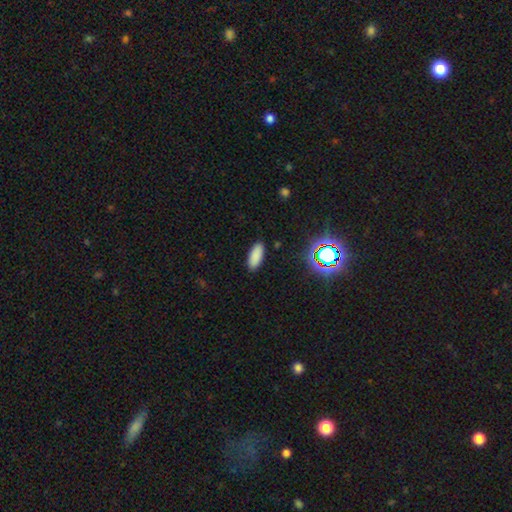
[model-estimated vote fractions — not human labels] The model was most divided on "how rounded": in between: 82%, cigar-shaped: 16%, round: 2%. More confident: merging — none (89%); smooth or featured — smooth (86%).